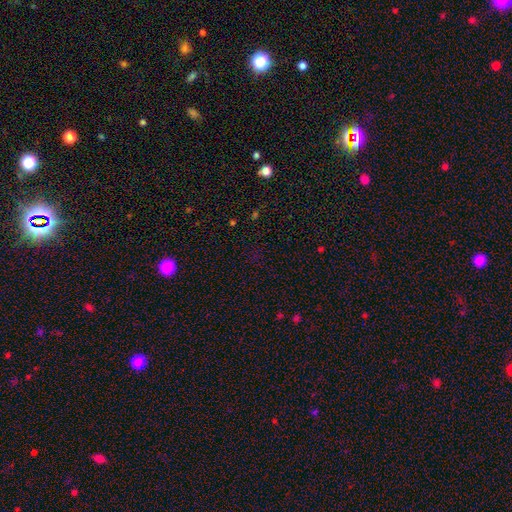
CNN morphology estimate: type=star or artifact (64%).